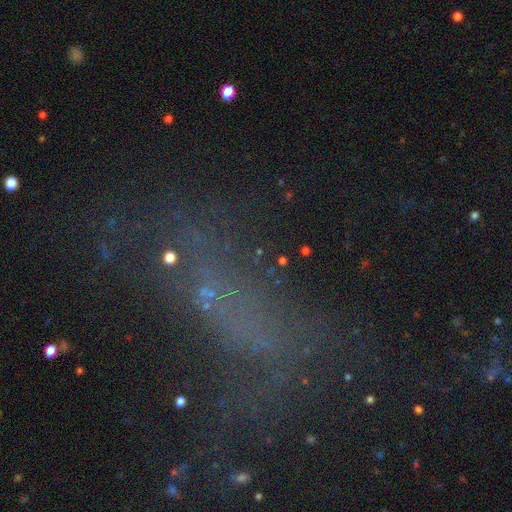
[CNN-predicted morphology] Smooth or featured: star or artifact — 39% (smooth — 31%)